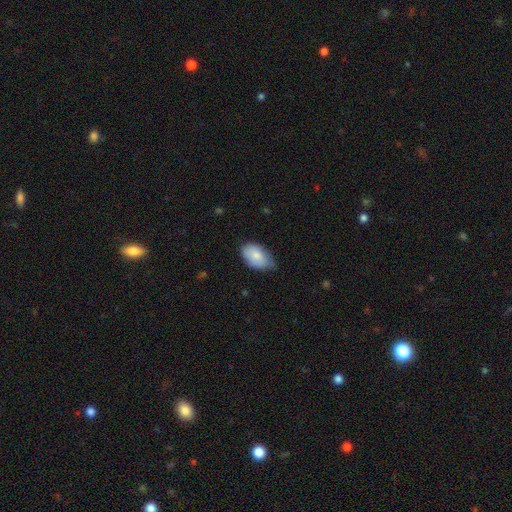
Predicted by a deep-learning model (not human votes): Smooth or featured?
  - smooth: 82% *
  - featured or disk: 12%
  - star or artifact: 6%
How rounded?
  - in between: 93% *
  - round: 6%
  - cigar-shaped: 1%
Merging?
  - none: 56% *
  - minor disturbance: 38%
  - major disturbance: 5%
  - merger: 1%